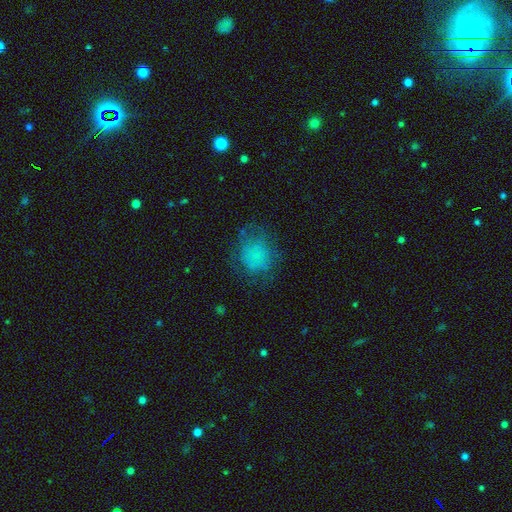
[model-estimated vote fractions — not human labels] Q: Smooth or featured?
A: smooth (69%); runner-up: featured or disk (18%)
Q: How rounded?
A: round (72%); runner-up: in between (27%)
Q: Merging?
A: none (64%); runner-up: minor disturbance (20%)